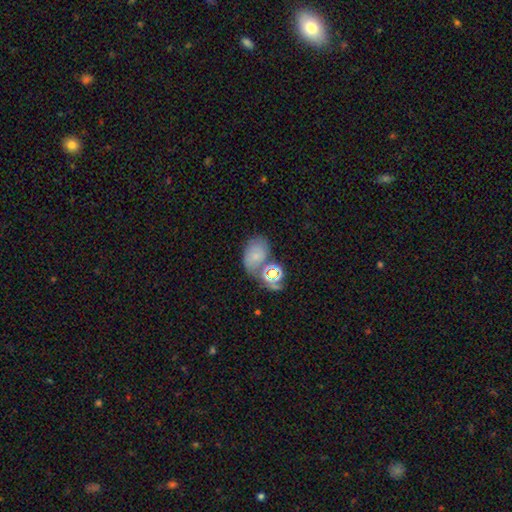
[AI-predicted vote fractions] Smooth or featured? Predicted: smooth (p=0.59). How rounded? Predicted: in between (p=0.75). Merging? Predicted: none (p=0.53).